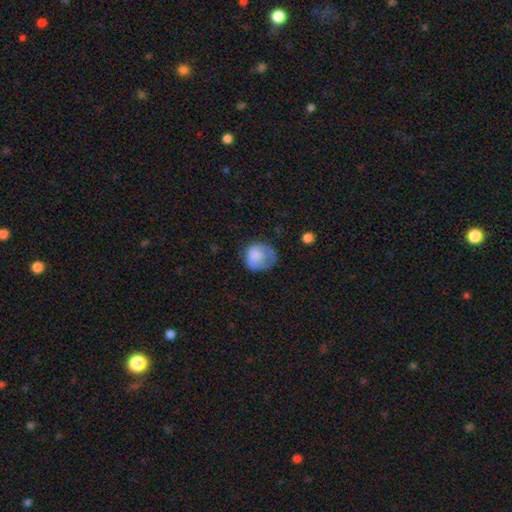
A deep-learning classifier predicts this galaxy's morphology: smooth_or_featured: smooth (p=0.77) [alt: featured or disk p=0.14]
how_rounded: round (p=0.74) [alt: in between p=0.25]
merging: none (p=0.43) [alt: minor disturbance p=0.32]